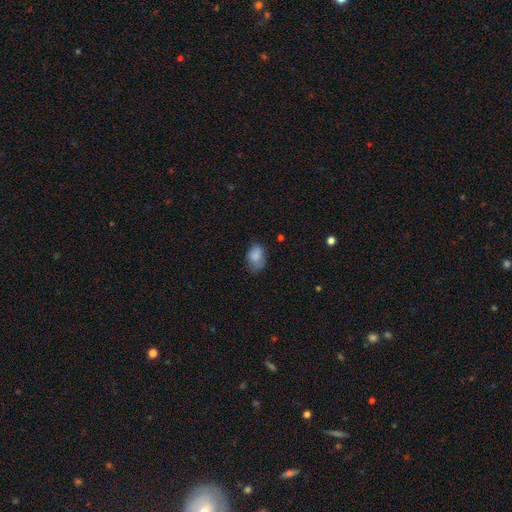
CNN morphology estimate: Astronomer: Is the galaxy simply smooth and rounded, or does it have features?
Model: smooth — 83%.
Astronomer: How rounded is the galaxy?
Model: in between — 80%.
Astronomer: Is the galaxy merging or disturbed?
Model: none — 60%.